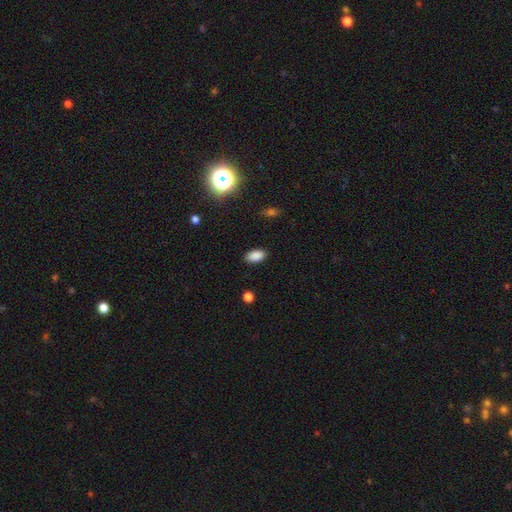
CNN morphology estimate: Smooth or featured? Predicted: smooth (p=0.86). How rounded? Predicted: in between (p=0.92). Merging? Predicted: none (p=0.87).